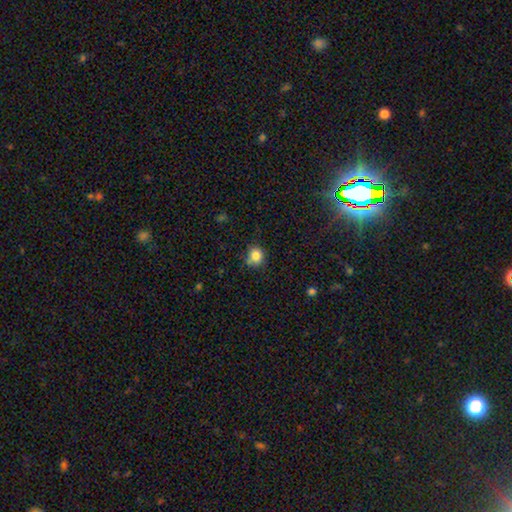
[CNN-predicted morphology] Smooth or featured? Predicted: smooth (p=0.83). How rounded? Predicted: round (p=0.79). Merging? Predicted: none (p=0.74).